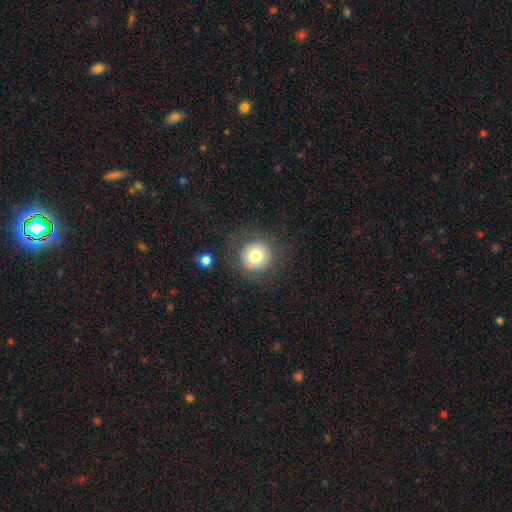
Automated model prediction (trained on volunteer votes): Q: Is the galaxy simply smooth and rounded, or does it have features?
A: smooth — 77%.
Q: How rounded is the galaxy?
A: round — 94%.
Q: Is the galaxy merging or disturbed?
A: none — 83%.